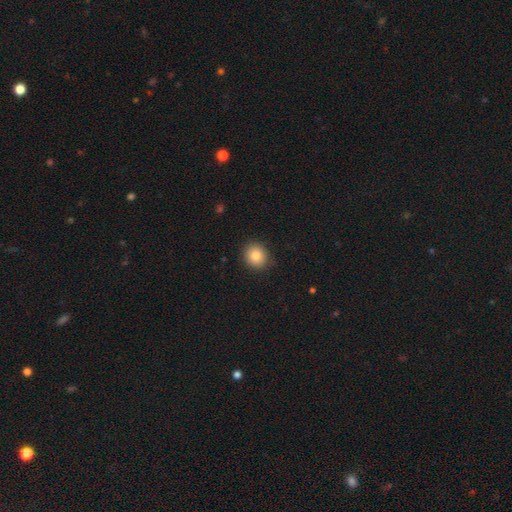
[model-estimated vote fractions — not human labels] smooth-or-featured: smooth: 83% | star or artifact: 10% | featured or disk: 7%
  how-rounded: round: 84% | in between: 15% | cigar-shaped: 1%
  merging: none: 89% | minor disturbance: 8% | major disturbance: 2% | merger: 1%